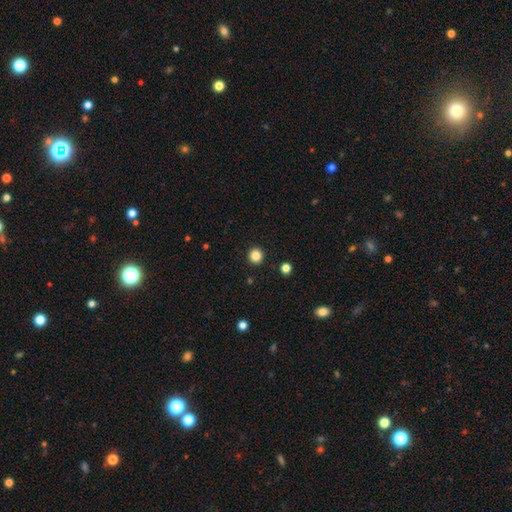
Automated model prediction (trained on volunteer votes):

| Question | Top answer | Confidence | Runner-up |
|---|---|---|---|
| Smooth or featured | smooth | 85% | star or artifact (11%) |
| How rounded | round | 95% | in between (4%) |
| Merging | none | 93% | minor disturbance (4%) |